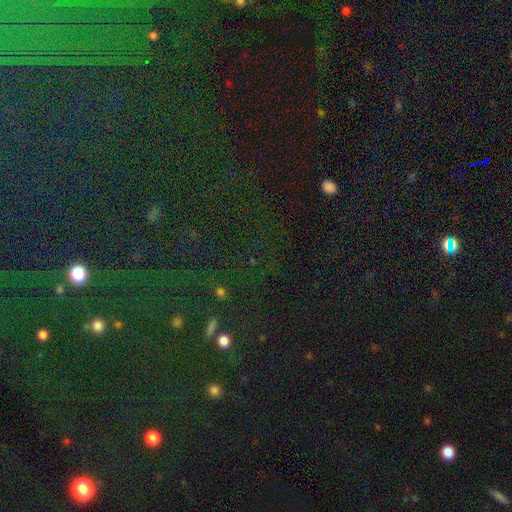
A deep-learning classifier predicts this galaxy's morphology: Smooth or featured?
  - star or artifact: 82% *
  - smooth: 11%
  - featured or disk: 7%